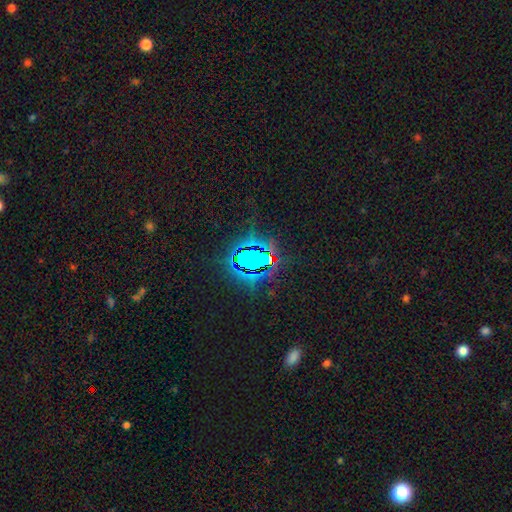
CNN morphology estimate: A star or artifact, not a galaxy (77%).